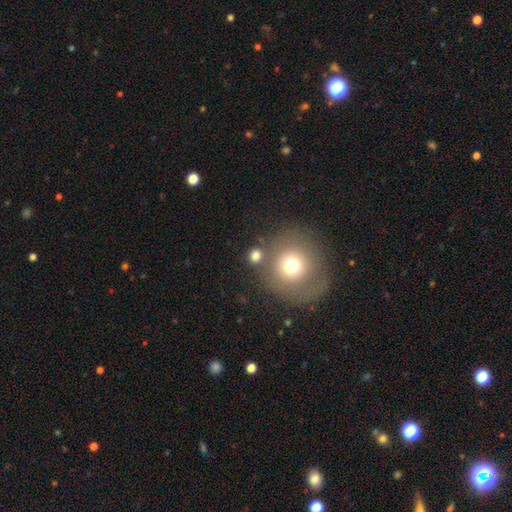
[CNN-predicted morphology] smooth 76%, star or artifact 13%, featured or disk 10%. Down the decision tree: how rounded — round (90%); merging — none (70%).